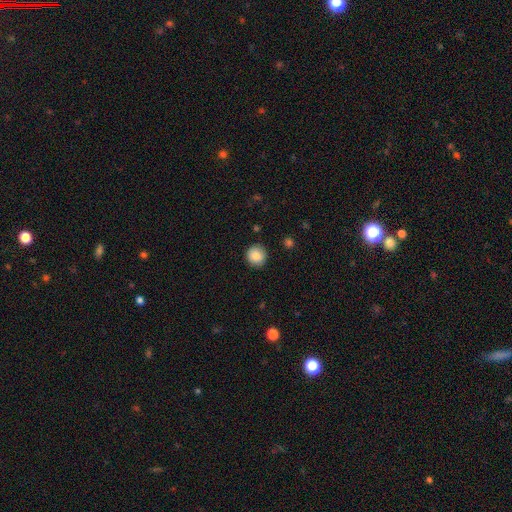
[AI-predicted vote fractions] smooth-or-featured: smooth: 87% | star or artifact: 9% | featured or disk: 4%
  how-rounded: round: 93% | in between: 6% | cigar-shaped: 1%
  merging: none: 89% | minor disturbance: 7% | major disturbance: 2% | merger: 1%